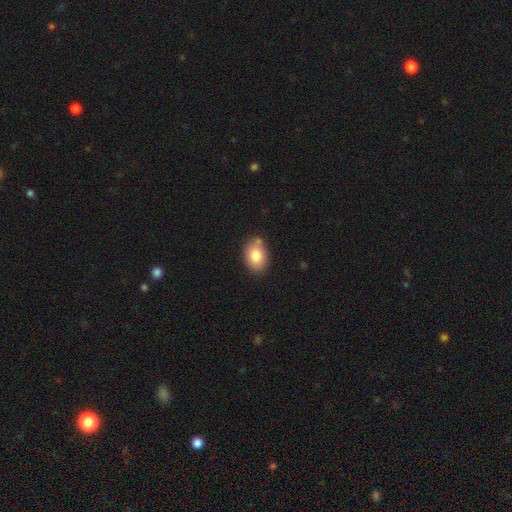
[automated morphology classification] This appears to be a smooth galaxy with no disk features (81%) that is in between round and cigar-shaped (78%). Merging: none (74%).